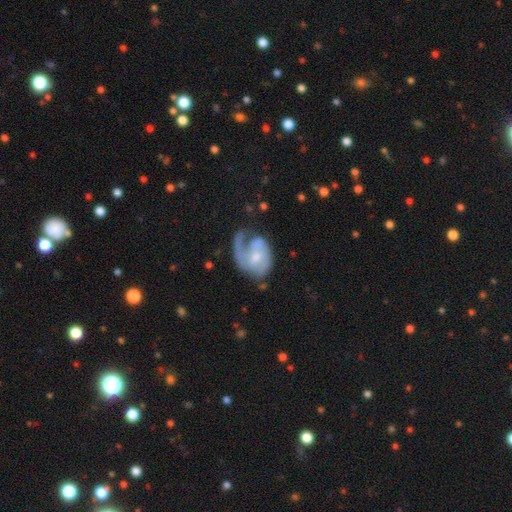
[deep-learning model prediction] Smooth or featured: featured or disk — 74% (smooth — 20%)
Edge-on disk: no — 97% (yes — 3%)
Bar: no — 62% (weak — 33%)
Spiral arms: yes — 86% (no — 14%)
Spiral winding: medium — 39% (loose — 33%)
Spiral arm count: 1 — 60% (2 — 26%)
Bulge size: moderate — 47% (small — 42%)
Merging: major disturbance — 37% (none — 36%)